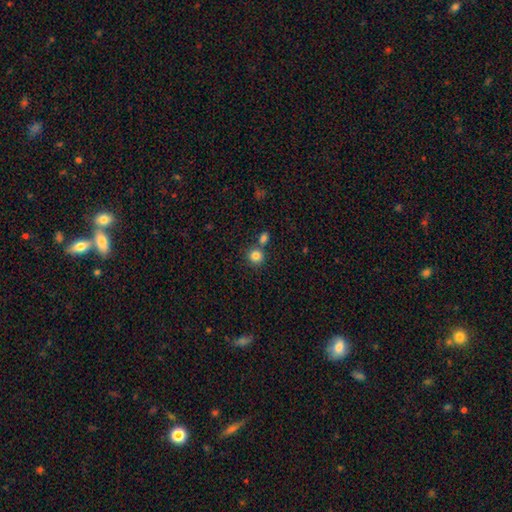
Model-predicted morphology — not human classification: Smooth or featured? Predicted: smooth (p=0.83). How rounded? Predicted: round (p=0.88). Merging? Predicted: none (p=0.69).